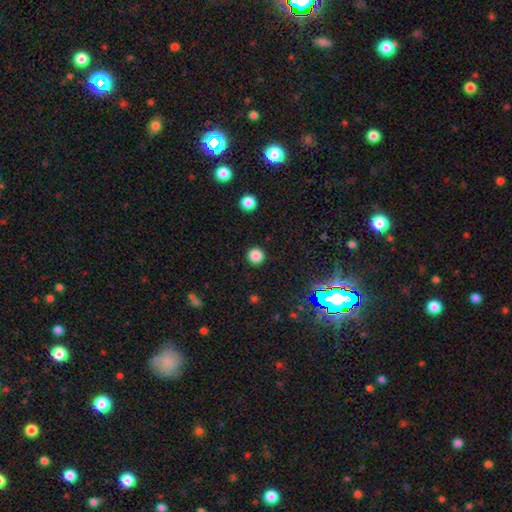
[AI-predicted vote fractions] Smooth or featured?
  - smooth: 83% *
  - star or artifact: 13%
  - featured or disk: 3%
How rounded?
  - round: 95% *
  - in between: 4%
  - cigar-shaped: 1%
Merging?
  - none: 92% *
  - minor disturbance: 5%
  - major disturbance: 2%
  - merger: 1%